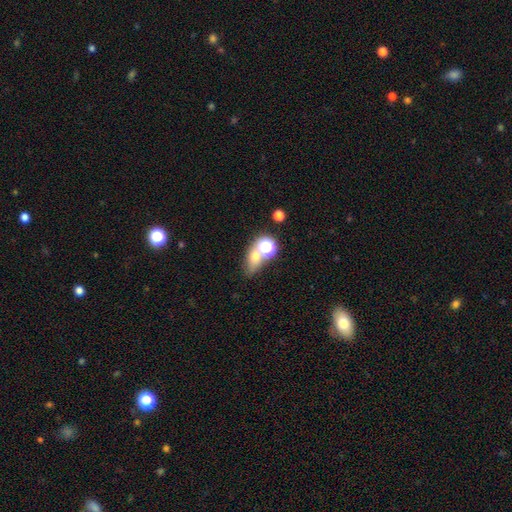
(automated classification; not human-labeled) smooth 59%, star or artifact 25%, featured or disk 15%. Down the decision tree: how rounded — in between (58%); merging — none (47%).